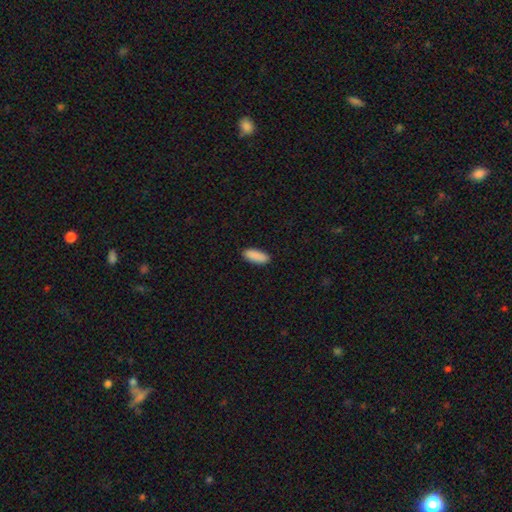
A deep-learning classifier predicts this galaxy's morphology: Smooth or featured: smooth — 91% (star or artifact — 6%)
How rounded: in between — 74% (cigar-shaped — 24%)
Merging: none — 90% (minor disturbance — 8%)